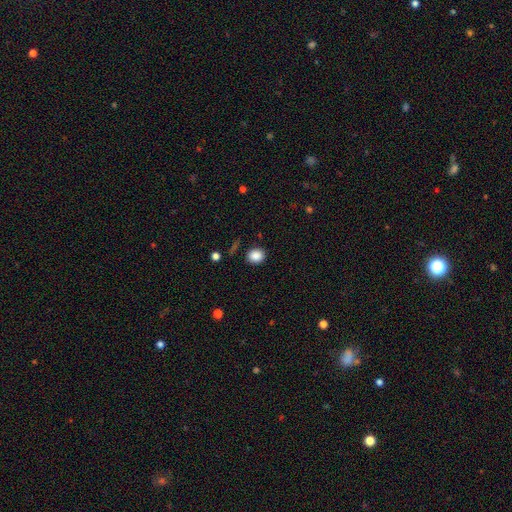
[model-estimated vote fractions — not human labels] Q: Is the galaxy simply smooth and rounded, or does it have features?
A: smooth — 87%.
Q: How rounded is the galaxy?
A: round — 60%.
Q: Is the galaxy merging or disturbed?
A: none — 85%.